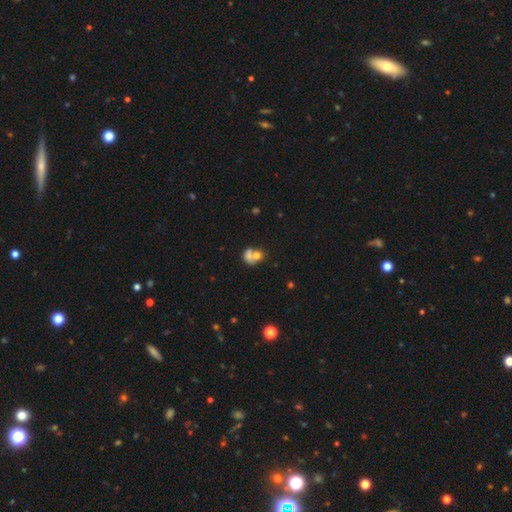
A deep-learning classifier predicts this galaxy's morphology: smooth 66%, featured or disk 23%, star or artifact 11%. Down the decision tree: how rounded — round (57%); merging — merger (64%).